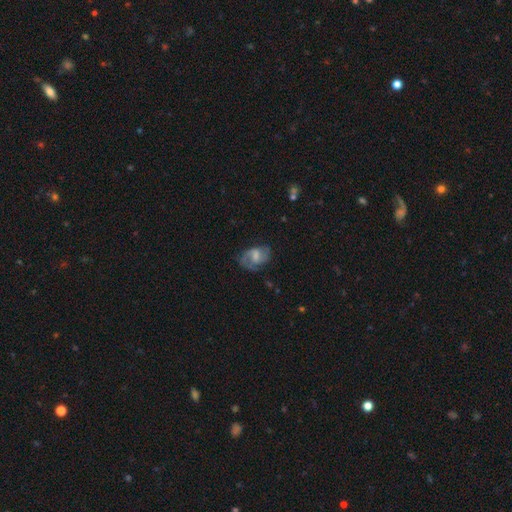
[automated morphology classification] The model was most divided on "bulge size": moderate: 34%, none: 27%, small: 27%, large: 11%, dominant: 1%. Remaining: edge-on disk — no (97%); spiral arms — yes (89%); spiral arm count — 2 (76%); smooth or featured — featured or disk (68%); merging — none (62%); bar — weak (55%); spiral winding — medium (49%).